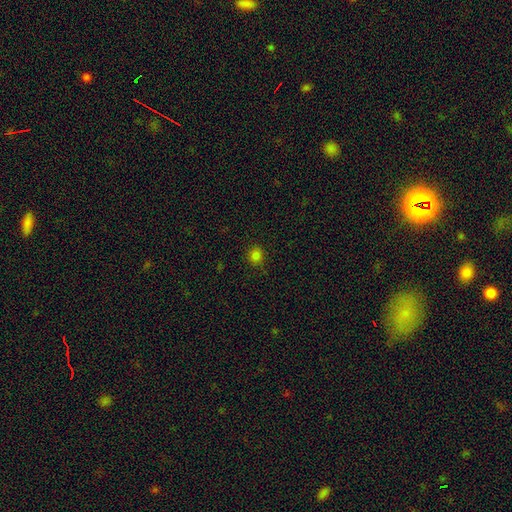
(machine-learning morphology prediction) Q: Smooth or featured?
A: smooth (80%); runner-up: star or artifact (16%)
Q: How rounded?
A: round (87%); runner-up: in between (12%)
Q: Merging?
A: none (88%); runner-up: minor disturbance (8%)